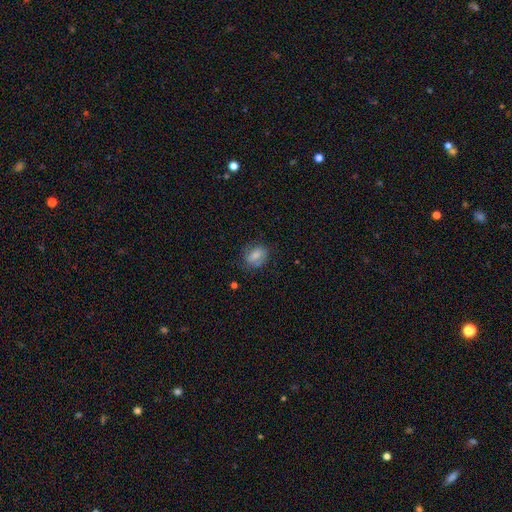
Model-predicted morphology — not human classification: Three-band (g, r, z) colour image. It shows a smooth galaxy with no disk features (68%) that is in between round and cigar-shaped (74%). Merging: none (65%).